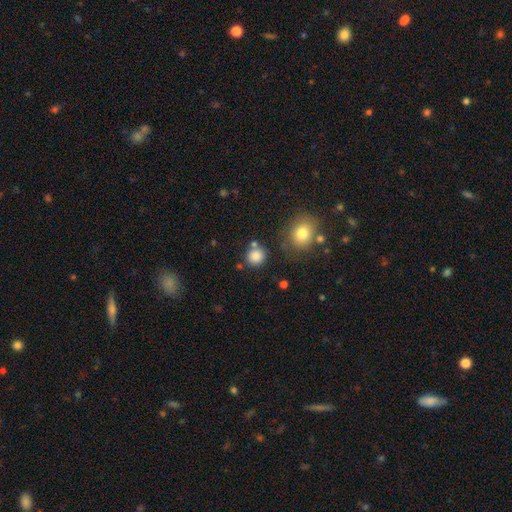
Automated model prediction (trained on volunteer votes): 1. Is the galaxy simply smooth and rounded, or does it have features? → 84% smooth, 11% star or artifact, 5% featured or disk.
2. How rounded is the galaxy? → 87% round, 12% in between, 1% cigar-shaped.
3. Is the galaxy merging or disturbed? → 75% none, 11% minor disturbance, 10% merger, 4% major disturbance.